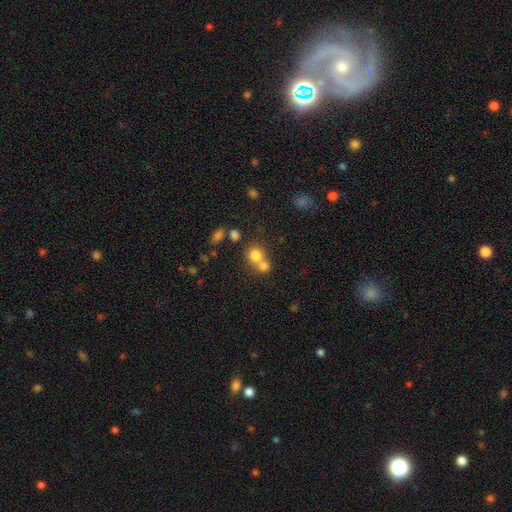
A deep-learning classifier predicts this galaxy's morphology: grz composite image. It shows a smooth galaxy with no disk features (77%) that is round (82%). Merging: merger (51%).